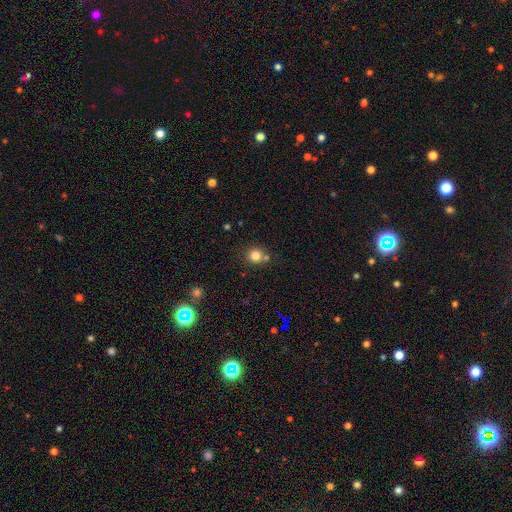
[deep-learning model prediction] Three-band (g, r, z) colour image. It shows a smooth galaxy with no disk features (80%) that is round (90%). Merging: none (71%).